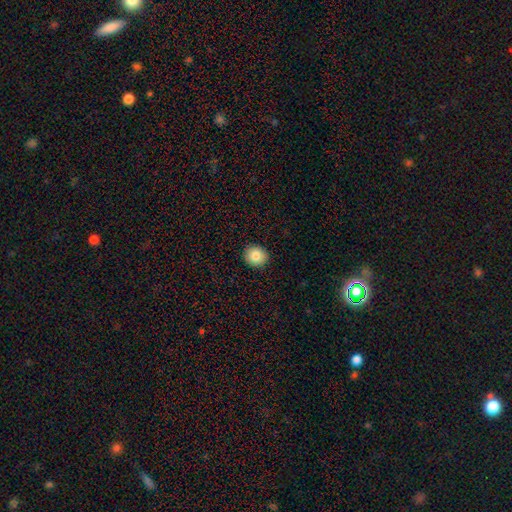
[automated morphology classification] A smooth galaxy with no disk features (84%) that is round (87%).

Vote fractions:
- Smooth or featured? smooth: 84% / star or artifact: 9% / featured or disk: 7%
- How rounded? round: 87% / in between: 12% / cigar-shaped: 1%
- Merging? none: 92% / minor disturbance: 5% / major disturbance: 2% / merger: 1%